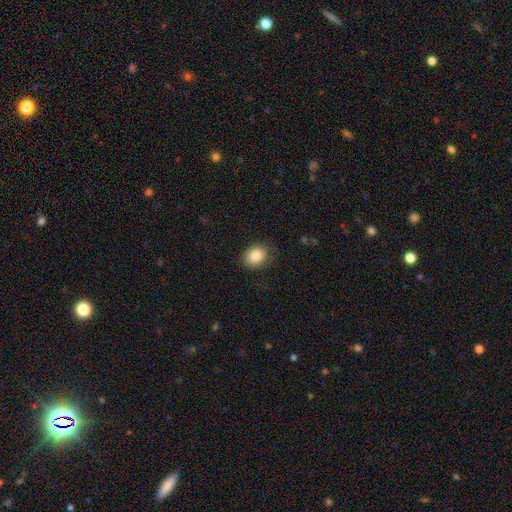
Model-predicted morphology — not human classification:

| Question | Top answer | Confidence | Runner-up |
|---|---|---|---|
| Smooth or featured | smooth | 87% | star or artifact (8%) |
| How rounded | in between | 57% | round (43%) |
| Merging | none | 82% | minor disturbance (13%) |